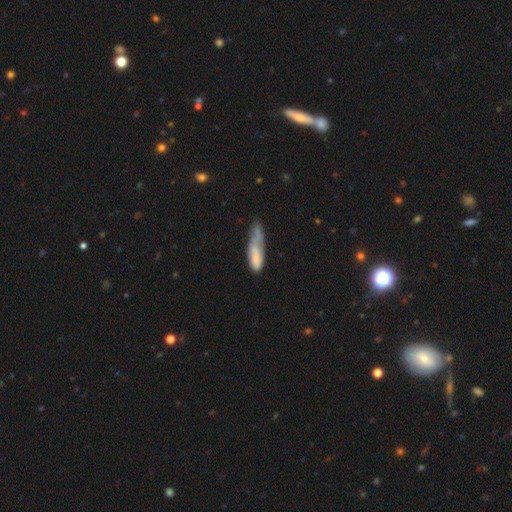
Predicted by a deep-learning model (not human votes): Smooth or featured? Predicted: smooth (p=0.70). How rounded? Predicted: cigar-shaped (p=0.61). Merging? Predicted: minor disturbance (p=0.36).